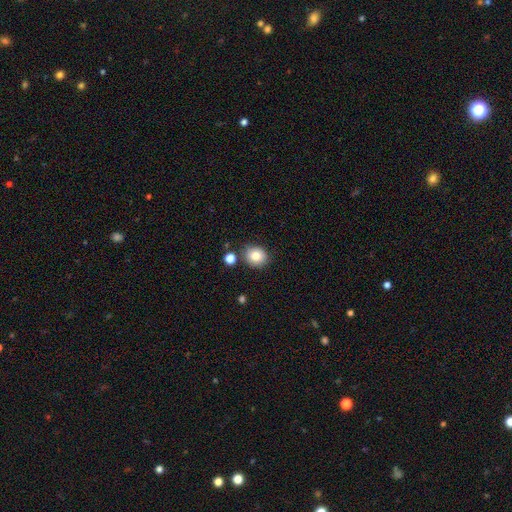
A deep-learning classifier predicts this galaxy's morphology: Smooth or featured? Predicted: smooth (p=0.84). How rounded? Predicted: round (p=0.72). Merging? Predicted: none (p=0.81).